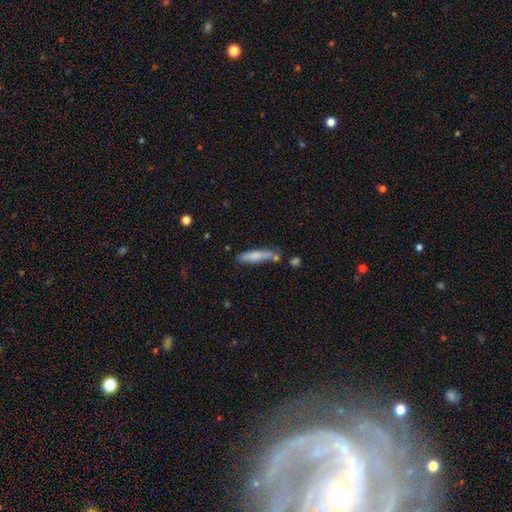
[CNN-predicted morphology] smooth 73%, featured or disk 20%, star or artifact 6%. Down the decision tree: how rounded — cigar-shaped (83%); merging — none (66%).